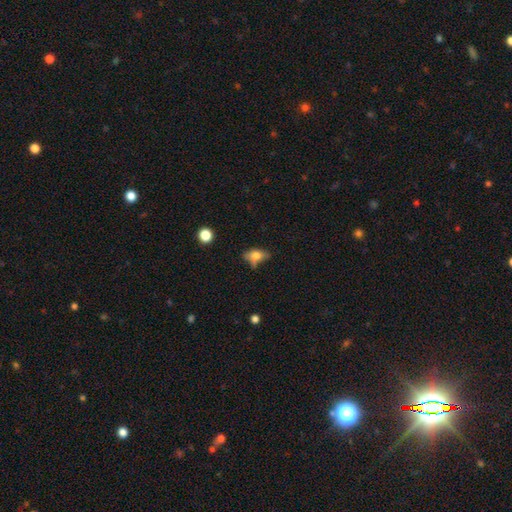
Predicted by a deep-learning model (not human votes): smooth_or_featured: smooth (p=0.69) [alt: featured or disk p=0.21]
how_rounded: in between (p=0.81) [alt: round p=0.12]
merging: none (p=0.47) [alt: minor disturbance p=0.29]